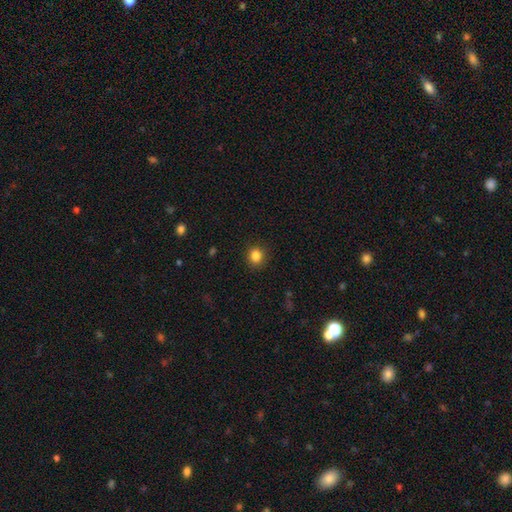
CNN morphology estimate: A smooth galaxy with no disk features (85%) that is round (77%). Merging: none (89%).